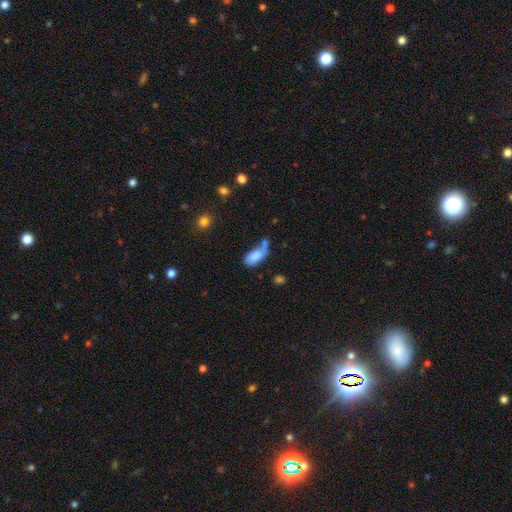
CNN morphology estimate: Smooth or featured: smooth — 74% (featured or disk — 18%)
How rounded: in between — 88% (cigar-shaped — 8%)
Merging: merger — 36% (none — 27%)